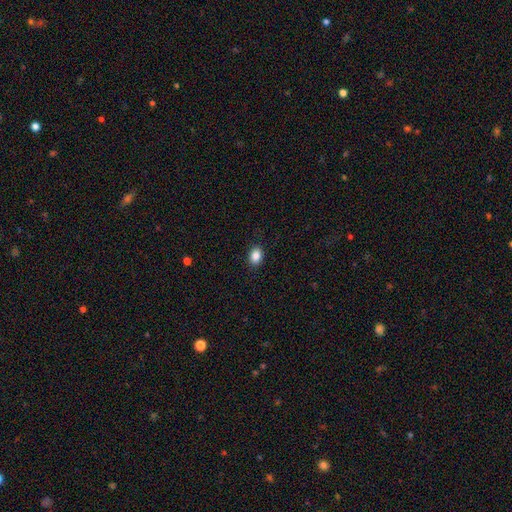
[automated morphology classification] Overall: smooth (88%). How rounded: in between (73%). Merging: none (89%).